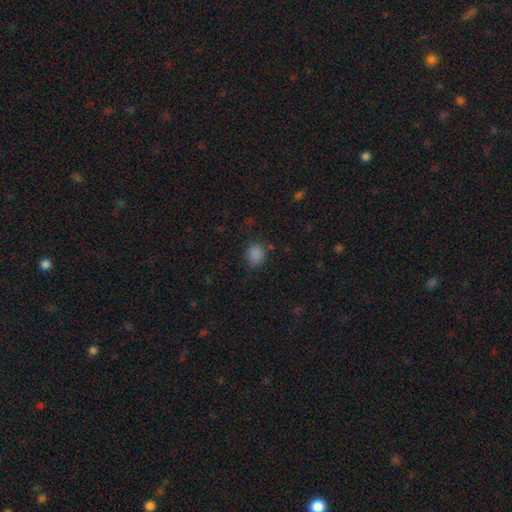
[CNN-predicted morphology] This is clearly a smooth galaxy (85%). How rounded: likely round (65%). Merging: clearly none (83%).